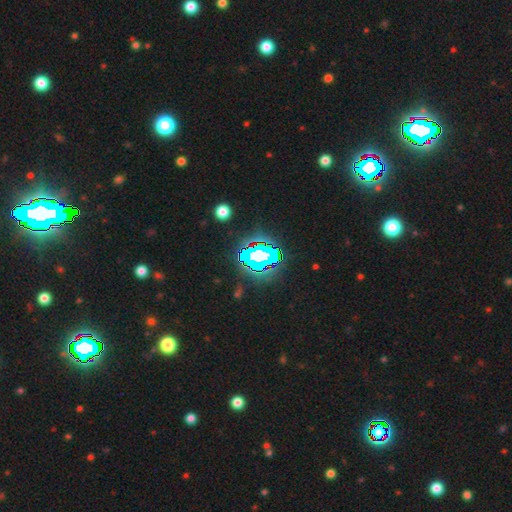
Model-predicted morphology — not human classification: Smooth or featured: star or artifact — 72% (smooth — 16%)